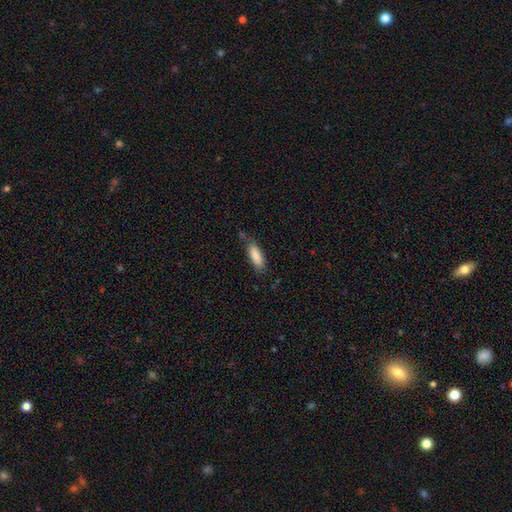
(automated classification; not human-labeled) Smooth or featured: smooth — 87% (featured or disk — 7%)
How rounded: in between — 61% (cigar-shaped — 38%)
Merging: none — 70% (minor disturbance — 21%)